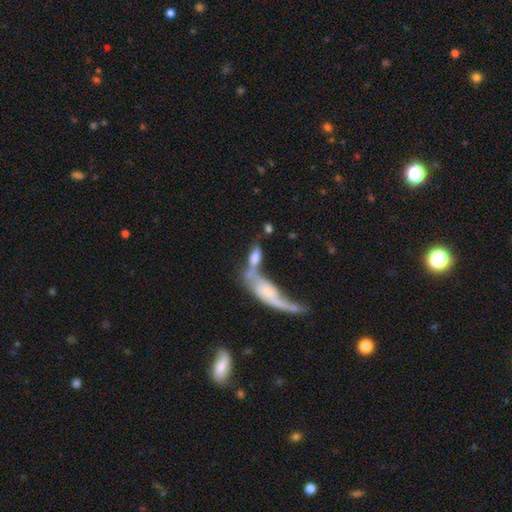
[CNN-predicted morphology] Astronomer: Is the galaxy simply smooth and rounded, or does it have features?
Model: smooth — 66%.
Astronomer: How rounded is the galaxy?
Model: in between — 67%.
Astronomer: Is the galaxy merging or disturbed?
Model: merger — 62%.